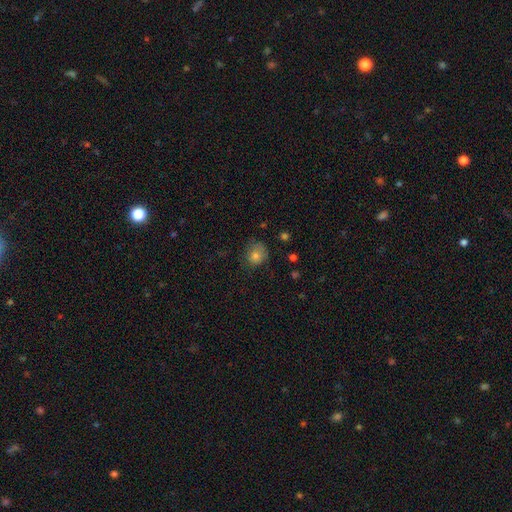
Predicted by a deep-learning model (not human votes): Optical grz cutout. It shows a smooth galaxy with no disk features (74%) that is round (73%). Merging: none (62%).